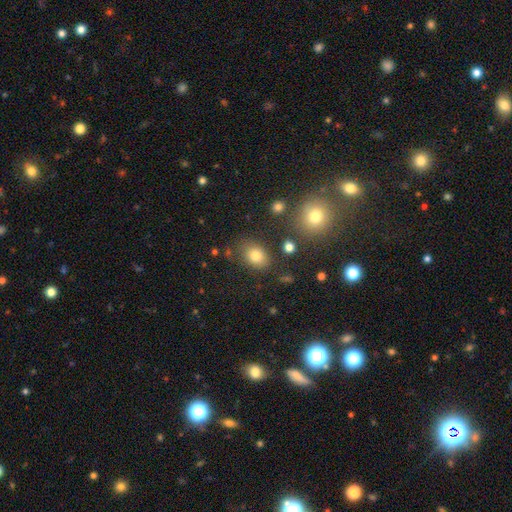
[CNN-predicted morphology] Smooth or featured?
  - smooth: 78% *
  - star or artifact: 12%
  - featured or disk: 9%
How rounded?
  - in between: 69% *
  - round: 30%
  - cigar-shaped: 1%
Merging?
  - none: 77% *
  - minor disturbance: 14%
  - major disturbance: 5%
  - merger: 4%